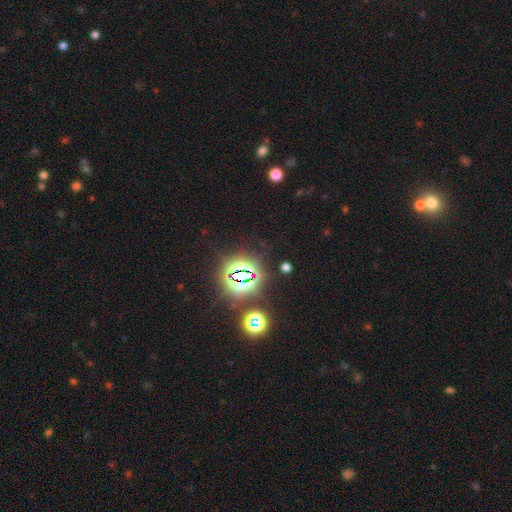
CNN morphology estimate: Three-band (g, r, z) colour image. It shows a star or artifact, not a galaxy (81%).